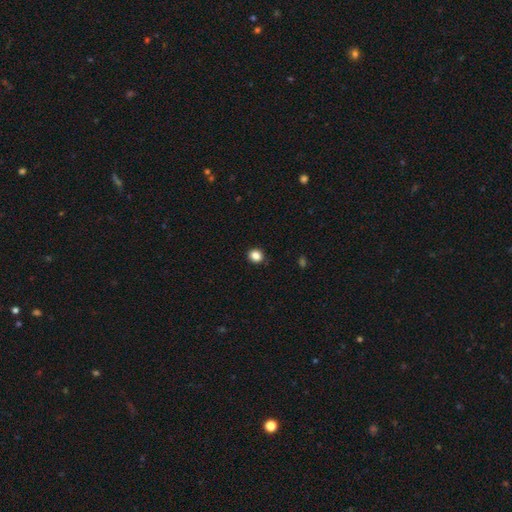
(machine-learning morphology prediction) Q: Smooth or featured?
A: smooth (85%); runner-up: star or artifact (11%)
Q: How rounded?
A: round (80%); runner-up: in between (20%)
Q: Merging?
A: none (90%); runner-up: minor disturbance (7%)